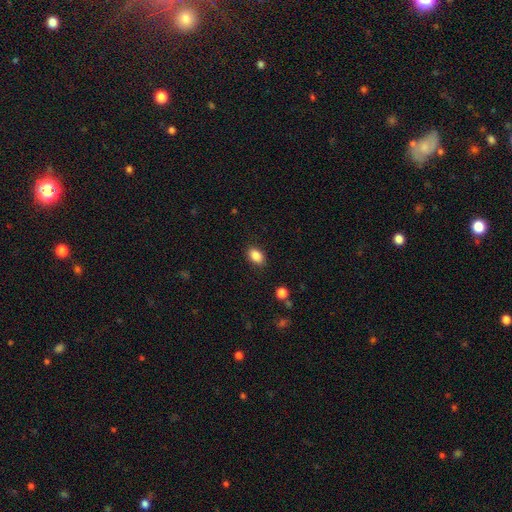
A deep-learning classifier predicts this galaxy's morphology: A smooth galaxy with no disk features (86%) that is in between round and cigar-shaped (82%).

Vote fractions:
- Smooth or featured? smooth: 86% / star or artifact: 9% / featured or disk: 5%
- How rounded? in between: 82% / round: 16% / cigar-shaped: 1%
- Merging? none: 87% / minor disturbance: 9% / major disturbance: 3% / merger: 1%